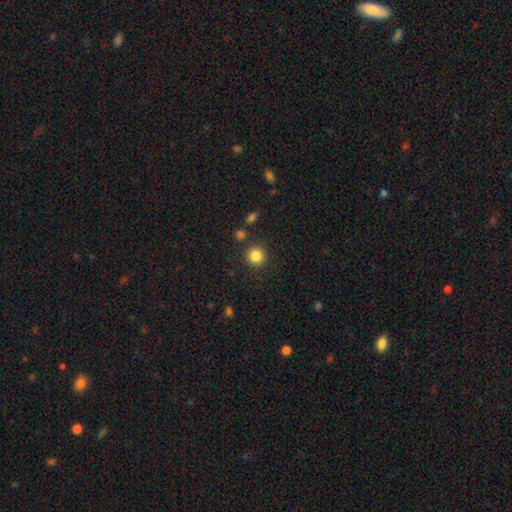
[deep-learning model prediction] Smooth or featured? smooth (85%)
How rounded? round (94%)
Merging? none (88%)